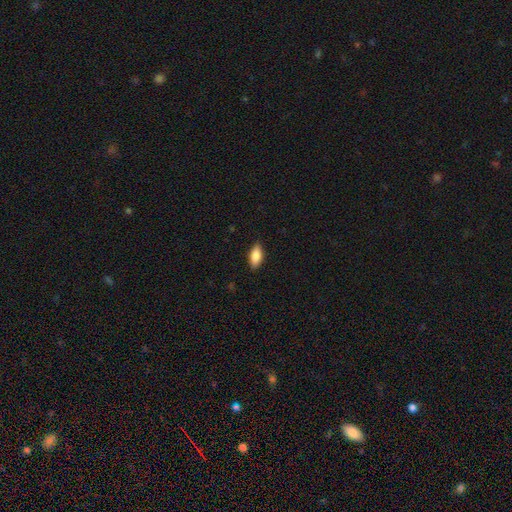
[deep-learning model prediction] smooth-or-featured: smooth: 86% | featured or disk: 8% | star or artifact: 6%
  how-rounded: in between: 86% | cigar-shaped: 11% | round: 2%
  merging: none: 87% | minor disturbance: 10% | major disturbance: 2% | merger: 1%